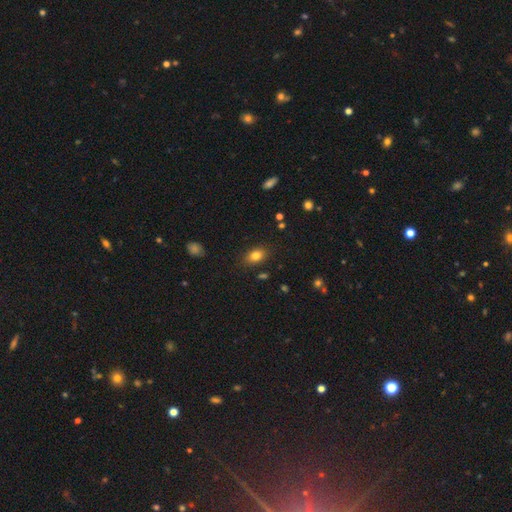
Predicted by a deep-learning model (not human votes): A smooth galaxy with no disk features (81%) that is in between round and cigar-shaped (81%).

Vote fractions:
- Smooth or featured? smooth: 81% / star or artifact: 11% / featured or disk: 8%
- How rounded? in between: 81% / round: 17% / cigar-shaped: 2%
- Merging? none: 83% / minor disturbance: 12% / major disturbance: 3% / merger: 2%